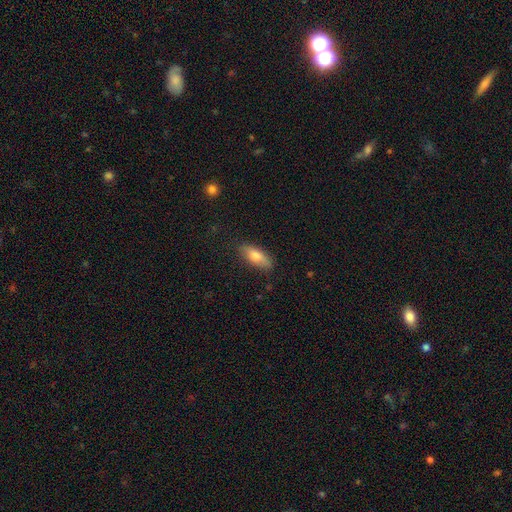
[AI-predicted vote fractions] smooth_or_featured: smooth (p=0.77) [alt: featured or disk p=0.16]
how_rounded: in between (p=0.70) [alt: cigar-shaped p=0.28]
merging: none (p=0.83) [alt: minor disturbance p=0.13]